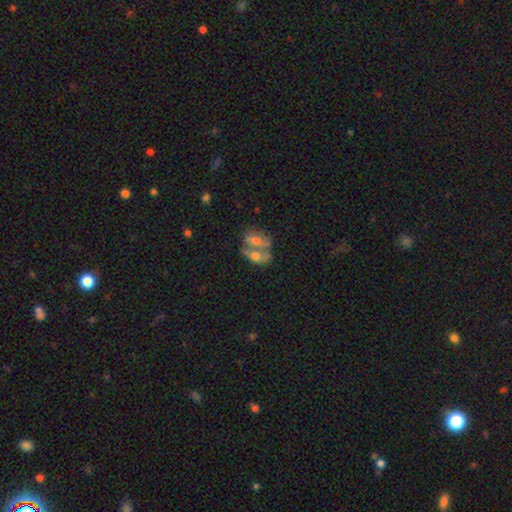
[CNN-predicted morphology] A smooth galaxy with no disk features (54%) that is in between round and cigar-shaped (77%).

Vote fractions:
- Smooth or featured? smooth: 54% / featured or disk: 36% / star or artifact: 10%
- How rounded? in between: 77% / round: 15% / cigar-shaped: 8%
- Merging? merger: 63% / none: 21% / minor disturbance: 8% / major disturbance: 7%